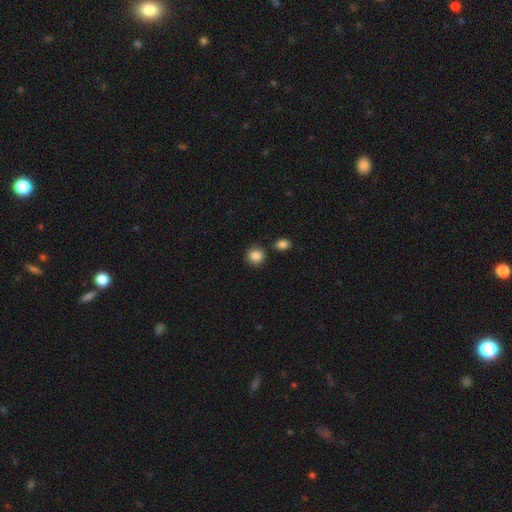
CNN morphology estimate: Smooth or featured: smooth — 87% (star or artifact — 9%)
How rounded: round — 88% (in between — 11%)
Merging: none — 83% (minor disturbance — 8%)